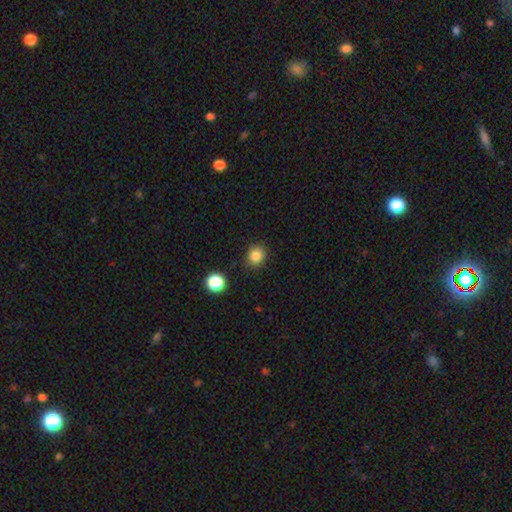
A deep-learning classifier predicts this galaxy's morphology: Smooth or featured? Predicted: smooth (p=0.84). How rounded? Predicted: round (p=0.81). Merging? Predicted: none (p=0.87).